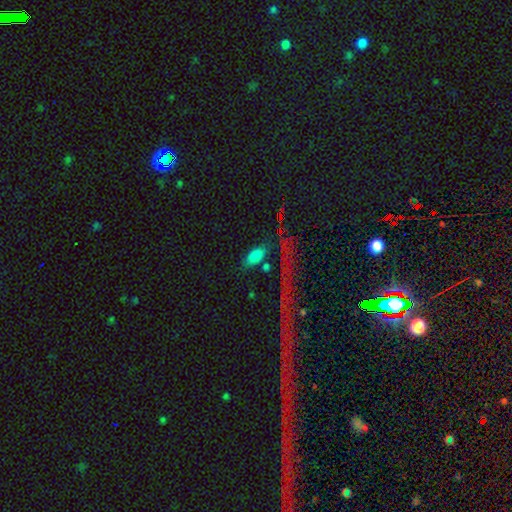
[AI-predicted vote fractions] The model was most divided on "merging": none: 75%, minor disturbance: 14%, merger: 6%, major disturbance: 5%. More confident: how rounded — in between (86%); smooth or featured — smooth (78%).